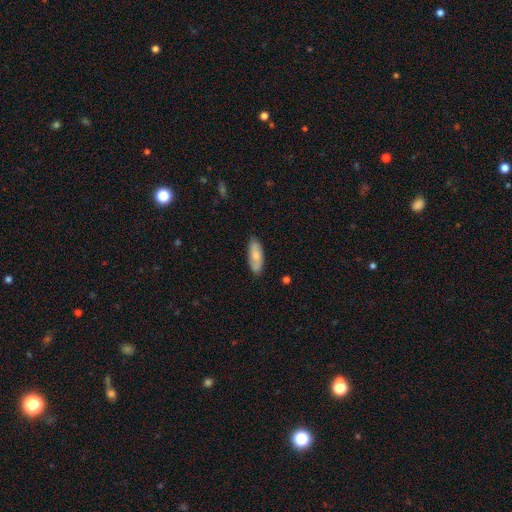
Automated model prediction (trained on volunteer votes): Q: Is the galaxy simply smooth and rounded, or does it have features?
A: smooth — 71%.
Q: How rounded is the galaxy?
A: in between — 73%.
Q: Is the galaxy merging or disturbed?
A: none — 79%.